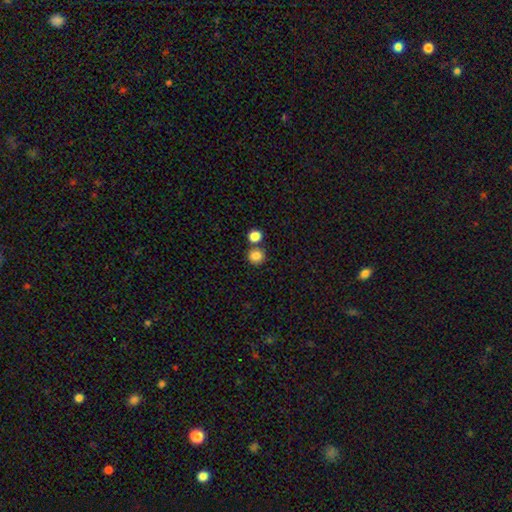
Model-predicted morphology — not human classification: This is clearly a smooth galaxy (84%). How rounded: clearly round (89%). Merging: likely none (68%).